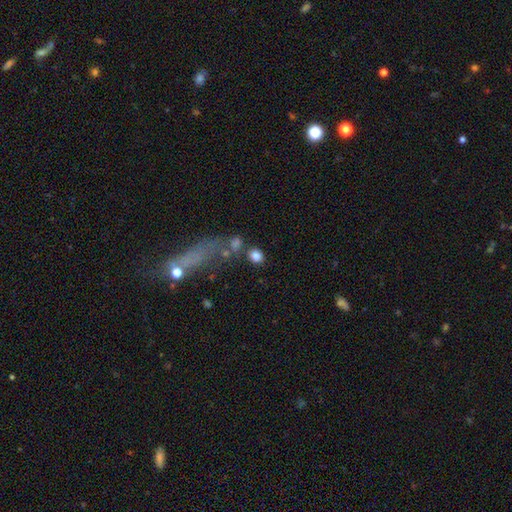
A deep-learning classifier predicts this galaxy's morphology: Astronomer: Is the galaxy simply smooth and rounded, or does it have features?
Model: smooth — 82%.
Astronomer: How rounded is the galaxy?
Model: round — 61% (runner-up: in between, 37%).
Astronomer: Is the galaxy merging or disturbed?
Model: none — 70%.